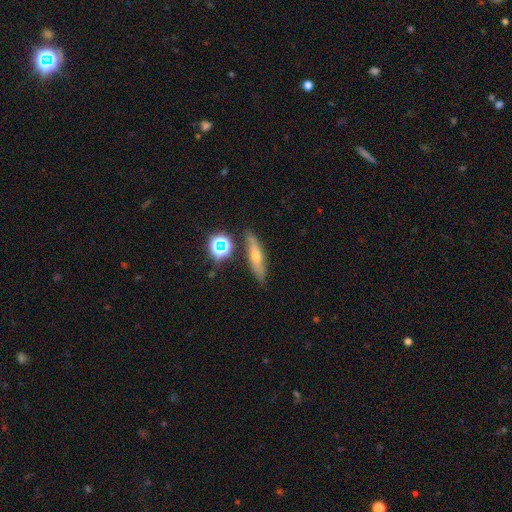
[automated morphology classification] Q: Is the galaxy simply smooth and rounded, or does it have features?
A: featured or disk — 46%.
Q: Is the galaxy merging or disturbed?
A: none — 80%.